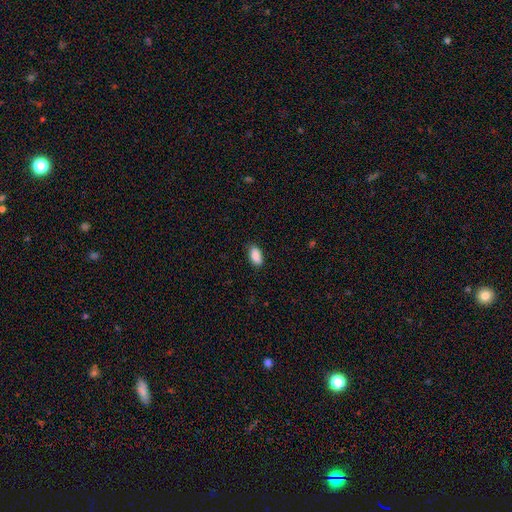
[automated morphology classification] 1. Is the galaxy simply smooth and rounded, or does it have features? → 89% smooth, 7% star or artifact, 4% featured or disk.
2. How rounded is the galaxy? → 92% in between, 4% cigar-shaped, 3% round.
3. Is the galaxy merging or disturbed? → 84% none, 13% minor disturbance, 3% major disturbance, 1% merger.